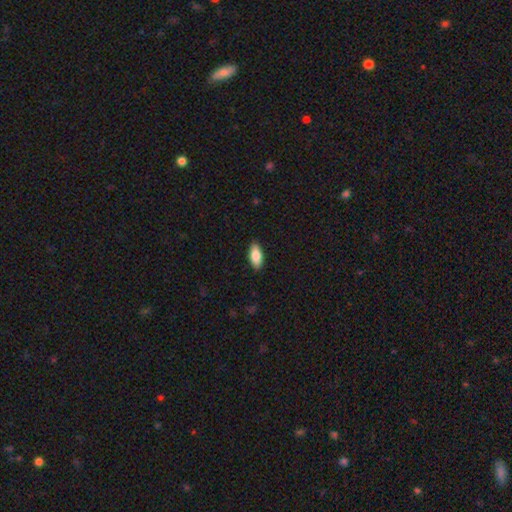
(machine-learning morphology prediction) Smooth or featured?
  - smooth: 84% *
  - featured or disk: 10%
  - star or artifact: 6%
How rounded?
  - in between: 84% *
  - cigar-shaped: 13%
  - round: 2%
Merging?
  - none: 89% *
  - minor disturbance: 8%
  - major disturbance: 2%
  - merger: 1%